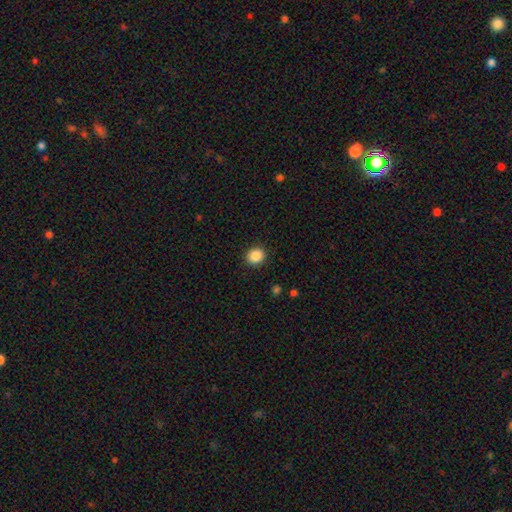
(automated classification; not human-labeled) smooth_or_featured: smooth (p=0.87) [alt: star or artifact p=0.10]
how_rounded: round (p=0.81) [alt: in between p=0.18]
merging: none (p=0.91) [alt: minor disturbance p=0.06]